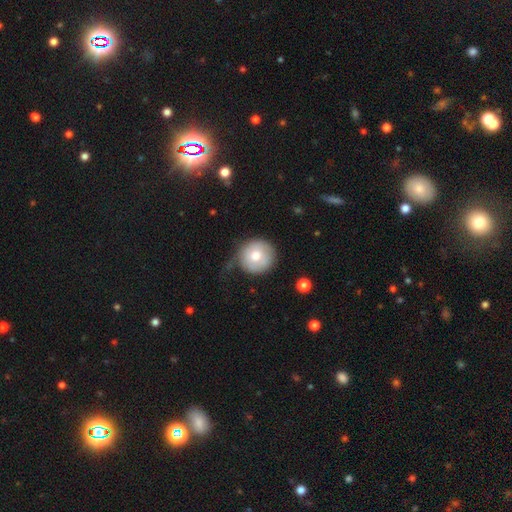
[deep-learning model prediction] The model was most divided on "merging": none: 56%, minor disturbance: 28%, major disturbance: 13%, merger: 3%. More confident: how rounded — round (93%); smooth or featured — smooth (71%).